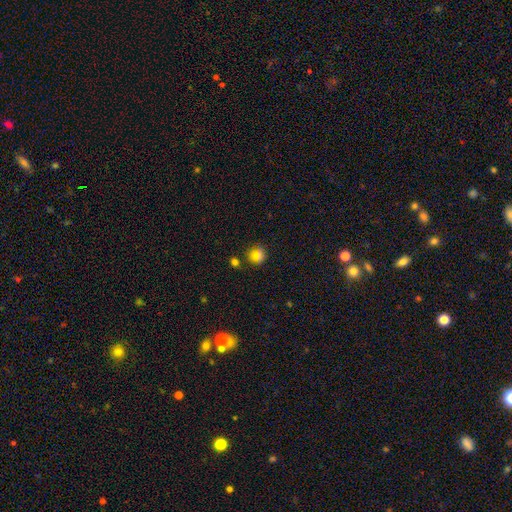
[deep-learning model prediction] This appears to be a smooth galaxy with no disk features (70%) that is round (82%). Merging: none (71%).